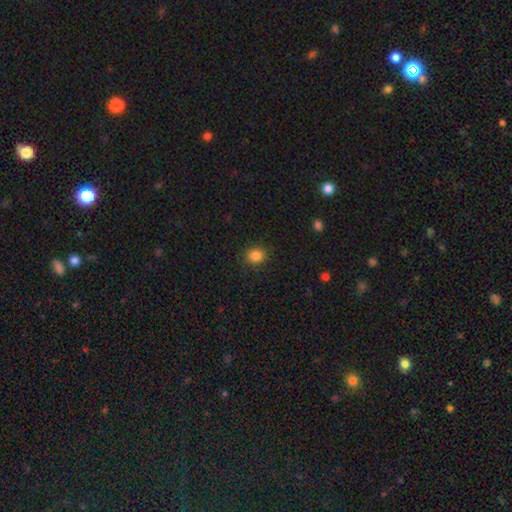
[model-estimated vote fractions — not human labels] Smooth or featured? Predicted: smooth (p=0.85). How rounded? Predicted: round (p=0.73). Merging? Predicted: none (p=0.87).